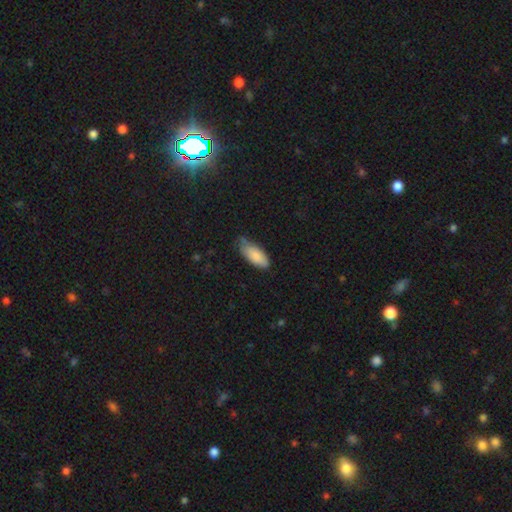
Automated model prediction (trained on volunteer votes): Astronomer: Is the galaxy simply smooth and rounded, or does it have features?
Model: smooth — 86%.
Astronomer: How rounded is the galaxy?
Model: in between — 86%.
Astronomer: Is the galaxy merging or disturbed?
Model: none — 55% (runner-up: minor disturbance, 37%).